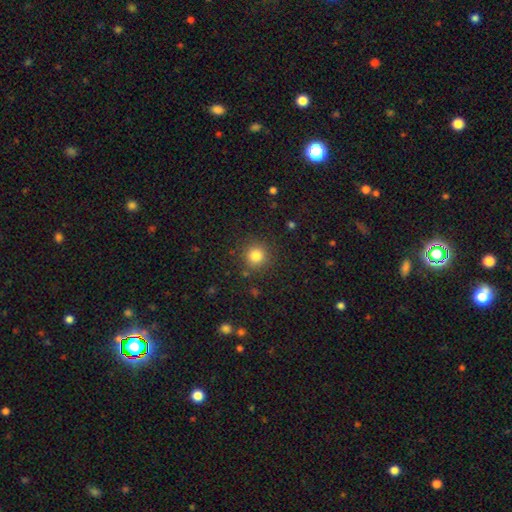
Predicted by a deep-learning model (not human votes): Smooth or featured?
  - smooth: 82% *
  - star or artifact: 12%
  - featured or disk: 5%
How rounded?
  - round: 93% *
  - in between: 6%
  - cigar-shaped: 1%
Merging?
  - none: 88% *
  - minor disturbance: 7%
  - major disturbance: 3%
  - merger: 2%